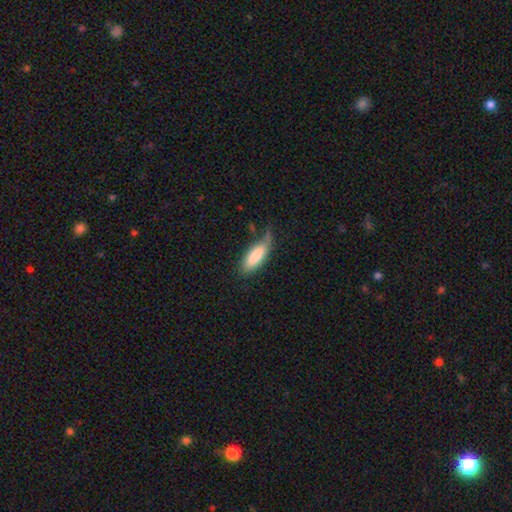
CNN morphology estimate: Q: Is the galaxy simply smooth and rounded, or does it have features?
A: smooth — 82%.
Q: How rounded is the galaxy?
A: in between — 69%.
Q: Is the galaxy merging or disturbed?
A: none — 51%.